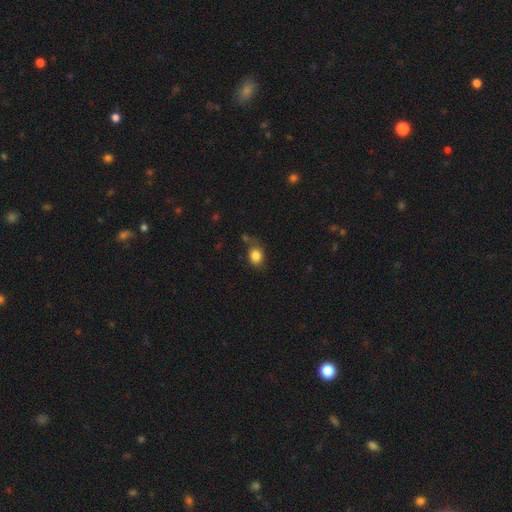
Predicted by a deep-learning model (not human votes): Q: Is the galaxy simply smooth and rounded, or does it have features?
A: smooth — 84%.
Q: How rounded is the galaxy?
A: round — 53%.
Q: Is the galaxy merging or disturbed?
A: none — 62%.